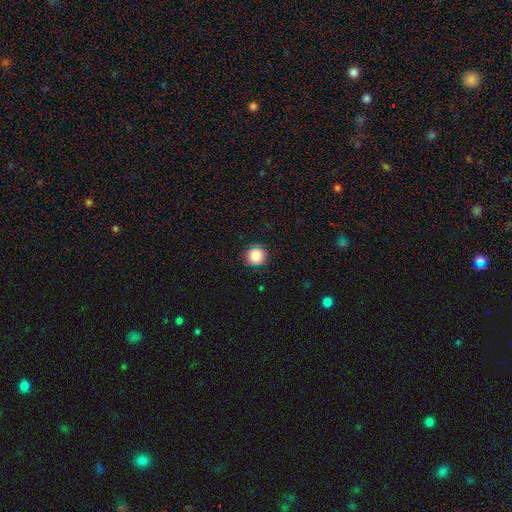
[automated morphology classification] A smooth galaxy with no disk features (77%) that is round (94%).

Vote fractions:
- Smooth or featured? smooth: 77% / star or artifact: 14% / featured or disk: 9%
- How rounded? round: 94% / in between: 5% / cigar-shaped: 1%
- Merging? none: 87% / minor disturbance: 10% / major disturbance: 2% / merger: 1%